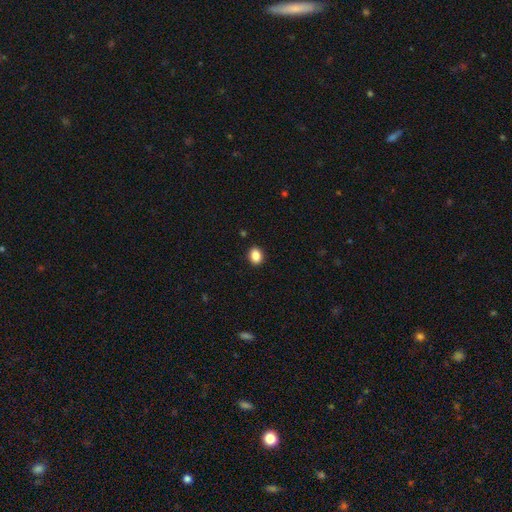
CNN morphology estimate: Smooth or featured? smooth (86%)
How rounded? in between (57%)
Merging? none (91%)